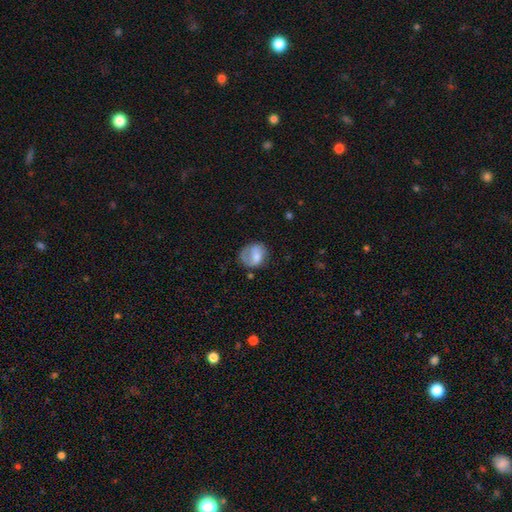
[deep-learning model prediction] The model was most divided on "merging": none: 46%, minor disturbance: 27%, major disturbance: 22%, merger: 4%. More confident: how rounded — round (62%); smooth or featured — smooth (57%).